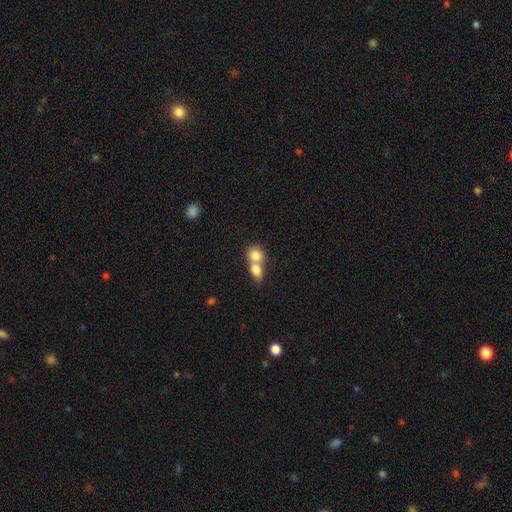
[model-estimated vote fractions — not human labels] A smooth galaxy with no disk features (80%) that is round (50%). Merging: merger (70%).